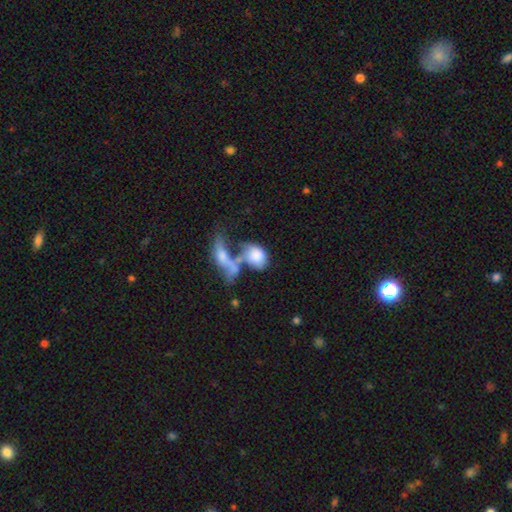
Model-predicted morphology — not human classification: The model was most divided on "smooth or featured": smooth: 67%, featured or disk: 25%, star or artifact: 8%. More confident: how rounded — in between (77%); merging — merger (62%).